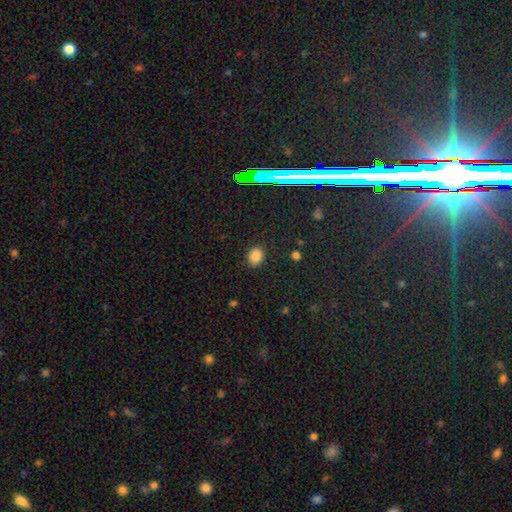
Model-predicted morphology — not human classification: Smooth or featured: smooth — 82% (star or artifact — 14%)
How rounded: in between — 53% (round — 46%)
Merging: none — 83% (minor disturbance — 12%)